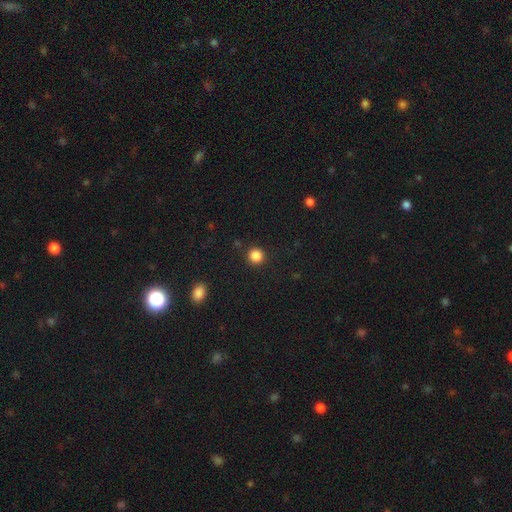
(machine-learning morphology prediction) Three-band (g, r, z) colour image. It shows a smooth galaxy with no disk features (85%) that is round (93%). Merging: none (91%).